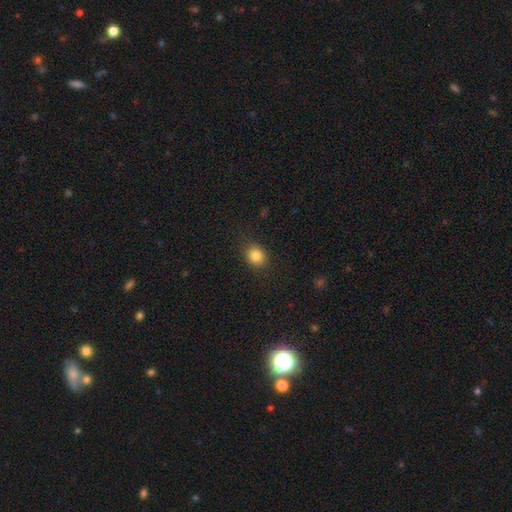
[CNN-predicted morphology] type=smooth (84%); roundness=round (63%); merging=none (86%).